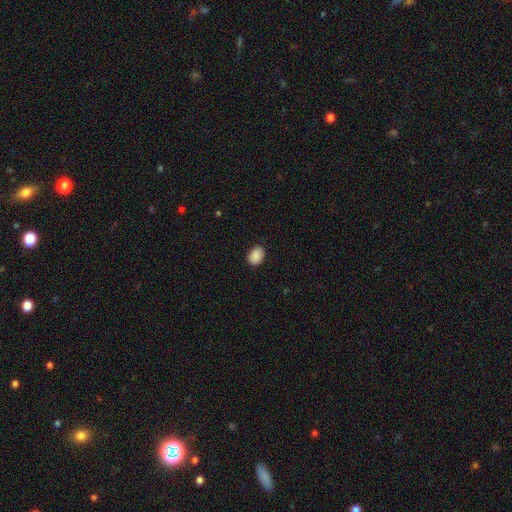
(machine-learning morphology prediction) A smooth galaxy with no disk features (89%) that is in between round and cigar-shaped (75%).

Vote fractions:
- Smooth or featured? smooth: 89% / star or artifact: 7% / featured or disk: 3%
- How rounded? in between: 75% / round: 24% / cigar-shaped: 1%
- Merging? none: 87% / minor disturbance: 10% / major disturbance: 2% / merger: 1%